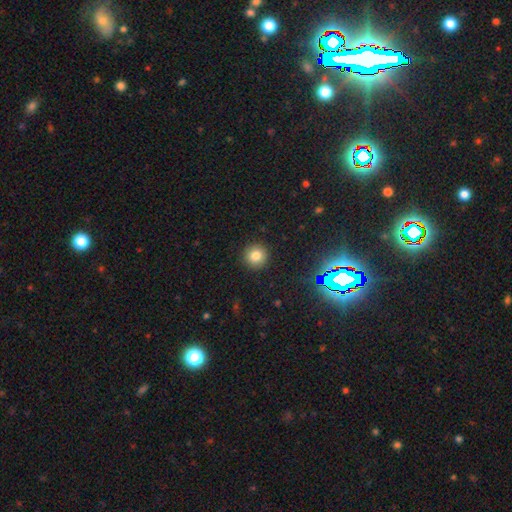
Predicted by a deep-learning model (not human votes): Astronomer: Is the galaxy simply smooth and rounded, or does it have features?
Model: smooth — 79%.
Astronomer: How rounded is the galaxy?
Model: round — 94%.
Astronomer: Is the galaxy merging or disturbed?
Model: none — 92%.